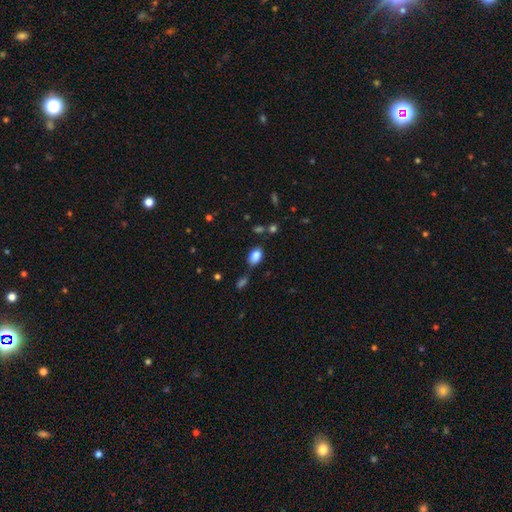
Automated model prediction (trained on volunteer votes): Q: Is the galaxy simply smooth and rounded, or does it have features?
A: smooth — 85%.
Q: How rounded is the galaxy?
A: in between — 89%.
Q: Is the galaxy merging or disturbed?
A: none — 66%.